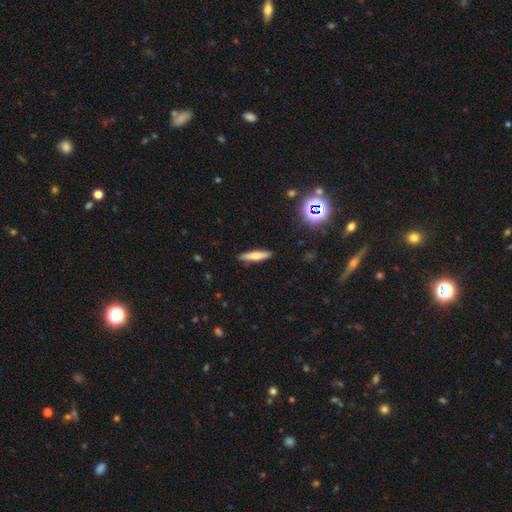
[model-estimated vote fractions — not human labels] A smooth galaxy with no disk features (61%) that is cigar-shaped (83%).

Vote fractions:
- Smooth or featured? smooth: 61% / featured or disk: 30% / star or artifact: 9%
- How rounded? cigar-shaped: 83% / in between: 15% / round: 2%
- Merging? none: 90% / minor disturbance: 7% / major disturbance: 2% / merger: 1%